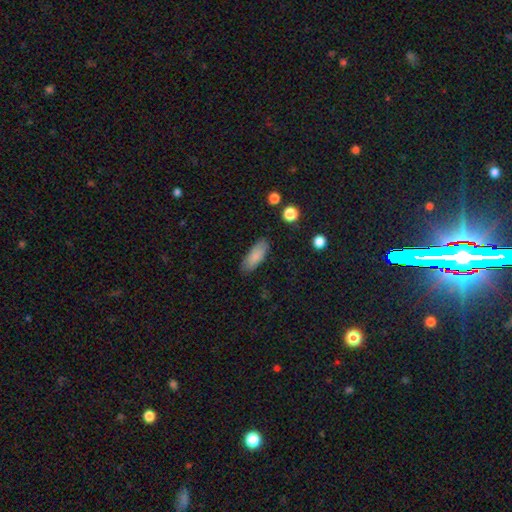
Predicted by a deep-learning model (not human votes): Q: Smooth or featured?
A: smooth (84%); runner-up: featured or disk (10%)
Q: How rounded?
A: in between (77%); runner-up: cigar-shaped (21%)
Q: Merging?
A: none (83%); runner-up: minor disturbance (13%)